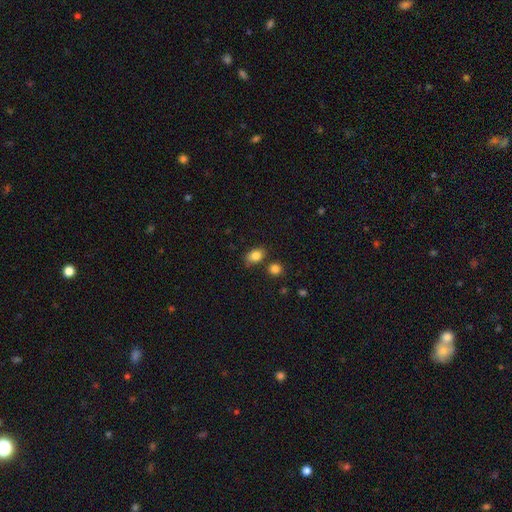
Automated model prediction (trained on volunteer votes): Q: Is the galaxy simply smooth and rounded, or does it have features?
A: smooth — 84%.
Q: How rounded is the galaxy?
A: in between — 72%.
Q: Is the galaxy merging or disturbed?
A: none — 73%.